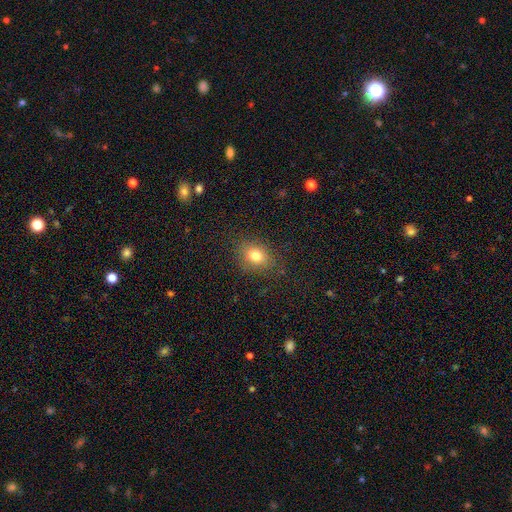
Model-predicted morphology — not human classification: Q: Smooth or featured?
A: smooth (78%); runner-up: star or artifact (13%)
Q: How rounded?
A: round (50%); runner-up: in between (49%)
Q: Merging?
A: none (81%); runner-up: minor disturbance (13%)